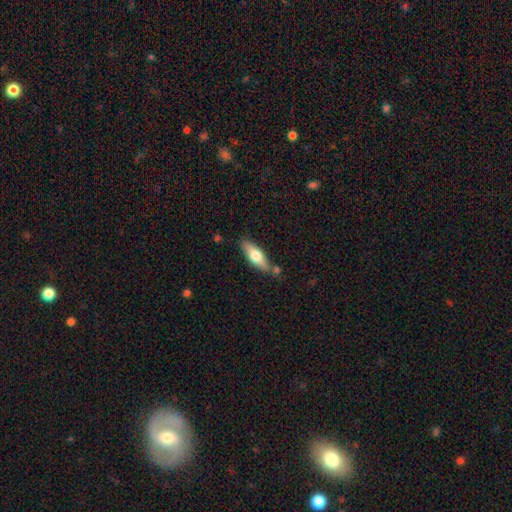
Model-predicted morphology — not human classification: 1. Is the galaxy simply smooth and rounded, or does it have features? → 59% smooth, 35% featured or disk, 6% star or artifact.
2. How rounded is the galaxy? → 54% in between, 44% cigar-shaped, 2% round.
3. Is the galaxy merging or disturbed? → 73% none, 15% minor disturbance, 9% merger, 3% major disturbance.